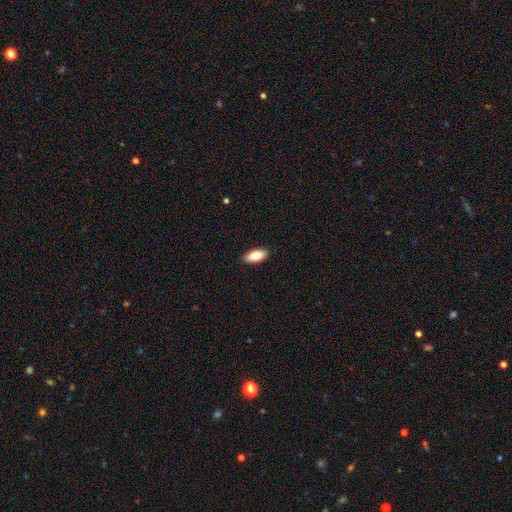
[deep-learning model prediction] A smooth galaxy with no disk features (81%) that is in between round and cigar-shaped (87%). Merging: none (91%).